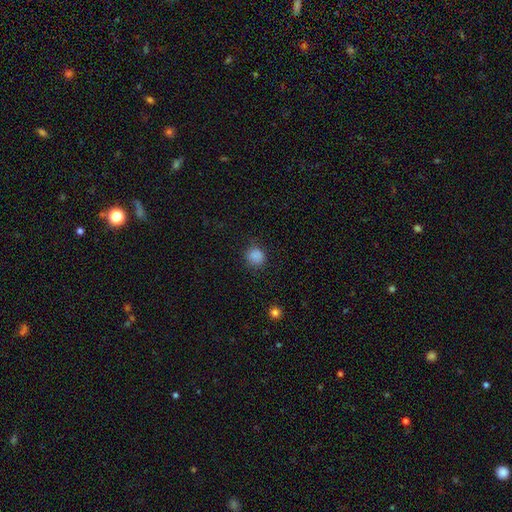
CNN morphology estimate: The model was most divided on "how rounded": round: 85%, in between: 14%, cigar-shaped: 1%. More confident: smooth or featured — smooth (86%); merging — none (84%).